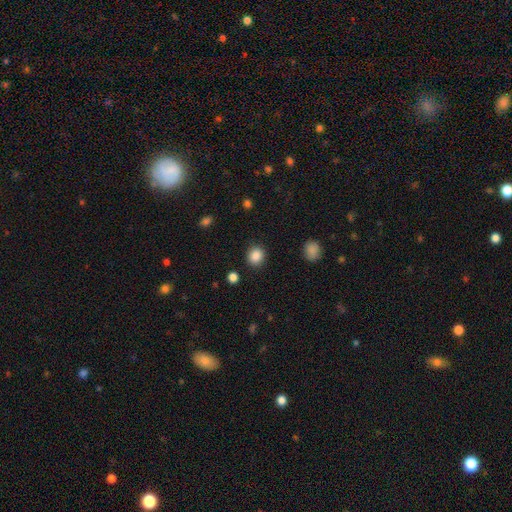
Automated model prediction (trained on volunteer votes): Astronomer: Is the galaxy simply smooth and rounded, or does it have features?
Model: smooth — 87%.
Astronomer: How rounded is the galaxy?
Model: round — 82%.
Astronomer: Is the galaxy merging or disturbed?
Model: none — 89%.